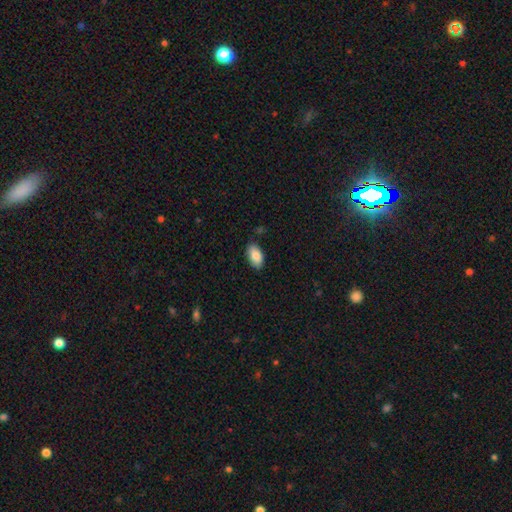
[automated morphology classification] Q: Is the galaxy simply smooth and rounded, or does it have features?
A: smooth — 87%.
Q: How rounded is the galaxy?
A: in between — 94%.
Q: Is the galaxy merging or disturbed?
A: none — 86%.